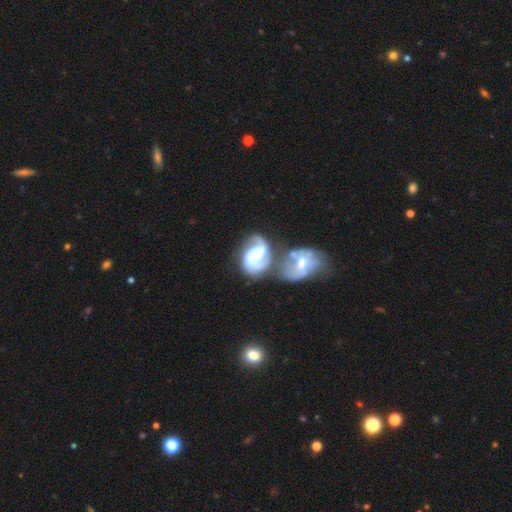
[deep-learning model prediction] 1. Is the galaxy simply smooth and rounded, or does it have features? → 84% featured or disk, 11% smooth, 5% star or artifact.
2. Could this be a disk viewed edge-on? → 98% no, 2% yes.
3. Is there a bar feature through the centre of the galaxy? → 46% weak, 35% no, 19% strong.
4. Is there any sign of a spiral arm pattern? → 96% yes, 4% no.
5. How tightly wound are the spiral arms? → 50% medium, 26% tight, 24% loose.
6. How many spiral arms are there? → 79% 2, 6% can't tell, 6% 1, 6% 3, 2% 4, 1% more than 4.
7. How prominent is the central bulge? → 55% moderate, 38% small, 4% large, 2% none, 1% dominant.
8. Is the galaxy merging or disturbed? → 53% merger, 27% none, 12% minor disturbance, 7% major disturbance.